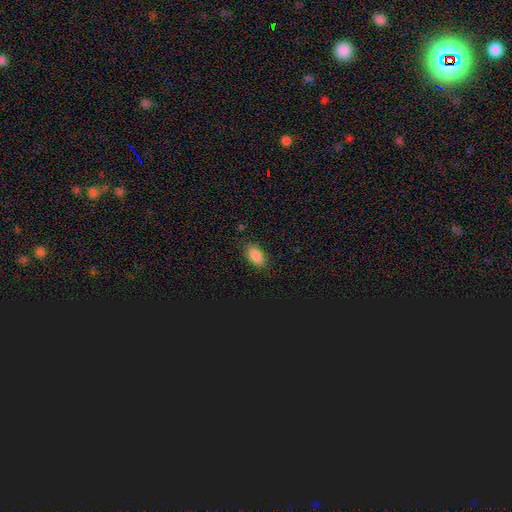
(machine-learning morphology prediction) smooth-or-featured: smooth: 86% | star or artifact: 10% | featured or disk: 4%
  how-rounded: in between: 92% | round: 5% | cigar-shaped: 4%
  merging: none: 84% | minor disturbance: 12% | major disturbance: 3% | merger: 1%